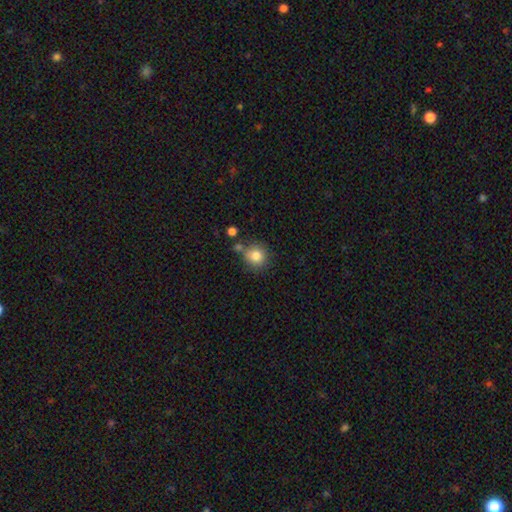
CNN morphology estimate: Overall: smooth (82%). How rounded: round (89%). Merging: none (71%).